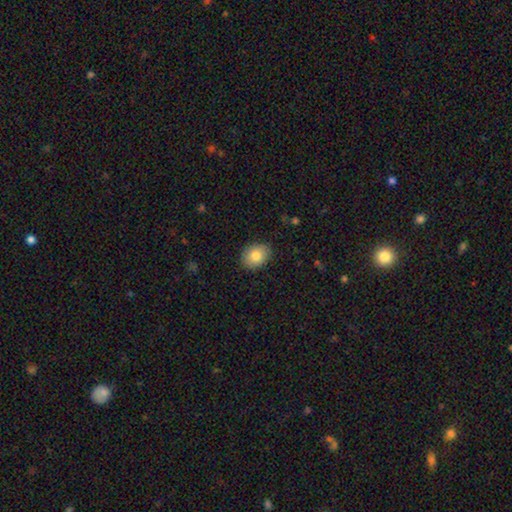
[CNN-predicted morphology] A smooth galaxy with no disk features (82%) that is in between round and cigar-shaped (60%). Merging: none (87%).